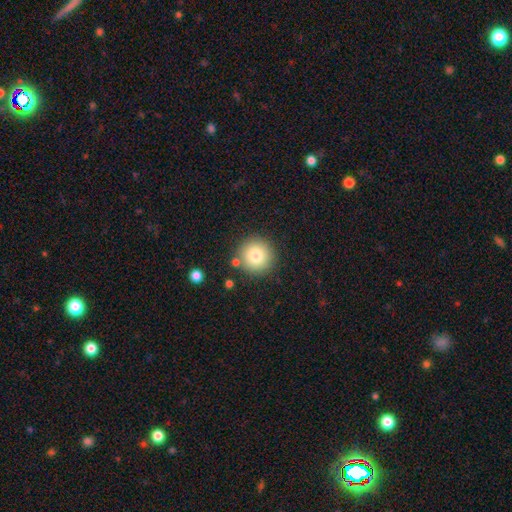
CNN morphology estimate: This is likely a smooth galaxy (80%). How rounded: clearly round (95%). Merging: clearly none (85%).